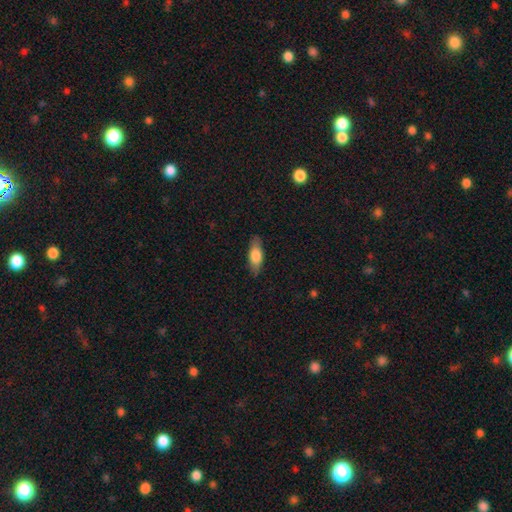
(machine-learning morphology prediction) The model was most divided on "how rounded": in between: 70%, cigar-shaped: 27%, round: 3%. More confident: merging — none (85%); smooth or featured — smooth (72%).